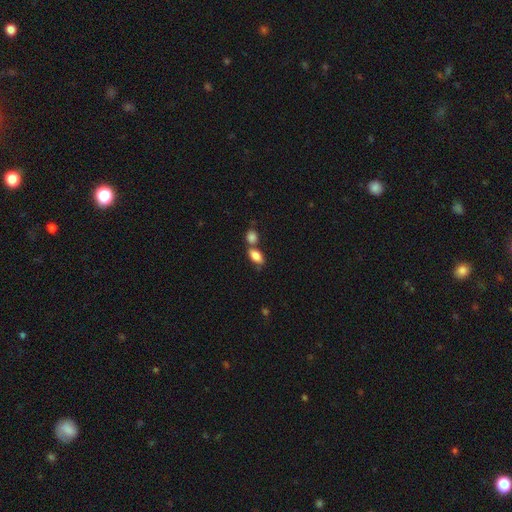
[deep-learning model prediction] Smooth or featured? Predicted: smooth (p=0.83). How rounded? Predicted: in between (p=0.87). Merging? Predicted: none (p=0.49).